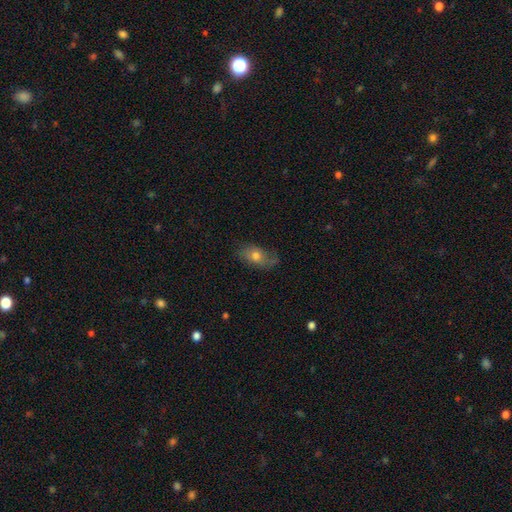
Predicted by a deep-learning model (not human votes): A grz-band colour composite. It shows a smooth galaxy with no disk features (66%) that is in between round and cigar-shaped (86%). Merging: none (66%).